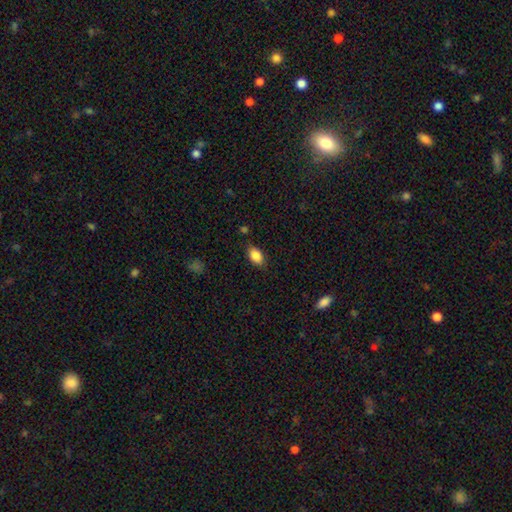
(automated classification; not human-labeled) Q: Smooth or featured?
A: smooth (87%); runner-up: star or artifact (8%)
Q: How rounded?
A: in between (90%); runner-up: round (8%)
Q: Merging?
A: none (83%); runner-up: minor disturbance (12%)